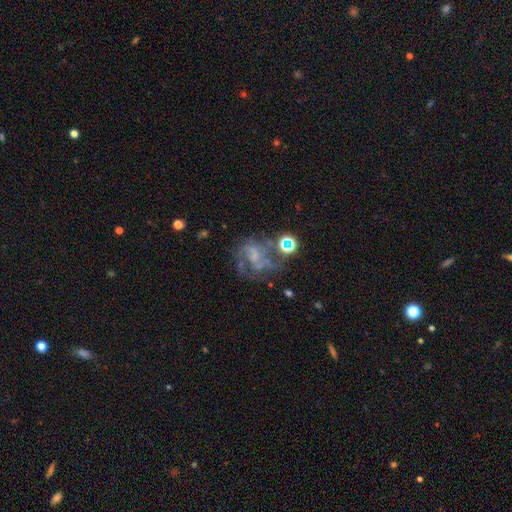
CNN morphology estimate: type=featured or disk (63%); edge-on=no (98%); bar=no (61%); spiral arms=yes (61%); bulge=none (46%); merging=none (41%).